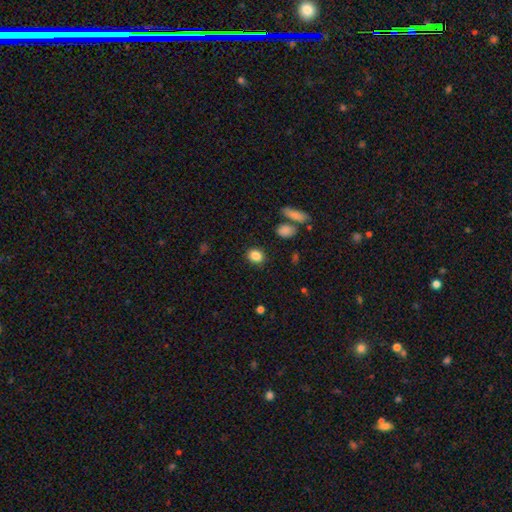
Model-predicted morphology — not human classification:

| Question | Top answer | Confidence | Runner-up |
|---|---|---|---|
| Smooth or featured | smooth | 86% | star or artifact (9%) |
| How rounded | round | 59% | in between (40%) |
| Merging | none | 88% | minor disturbance (8%) |